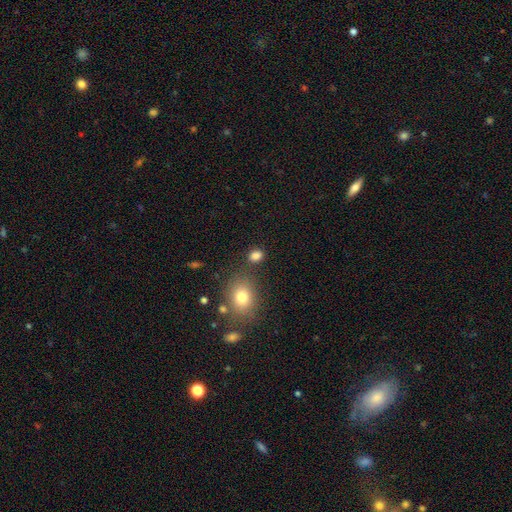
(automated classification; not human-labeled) Smooth or featured? Predicted: smooth (p=0.82). How rounded? Predicted: in between (p=0.62). Merging? Predicted: none (p=0.75).